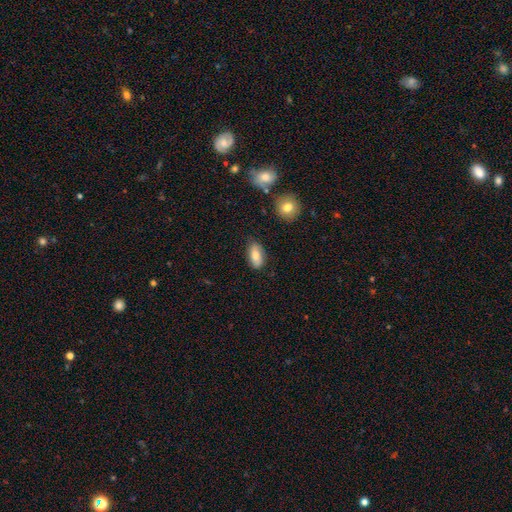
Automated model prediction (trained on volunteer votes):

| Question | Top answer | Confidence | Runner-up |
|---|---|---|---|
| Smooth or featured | smooth | 80% | featured or disk (13%) |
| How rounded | in between | 91% | cigar-shaped (5%) |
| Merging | none | 82% | minor disturbance (14%) |